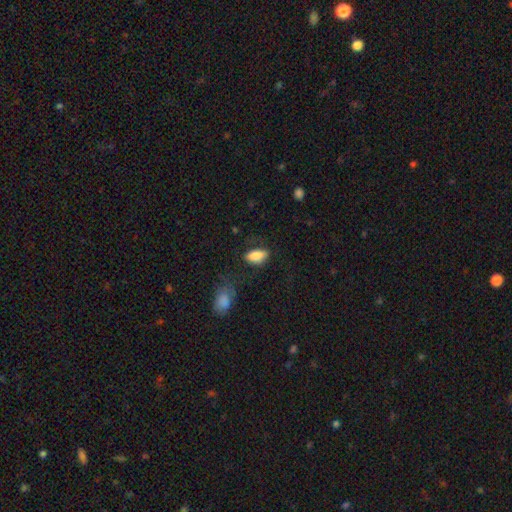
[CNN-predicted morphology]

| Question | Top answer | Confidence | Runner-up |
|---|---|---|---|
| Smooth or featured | smooth | 85% | star or artifact (7%) |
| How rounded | in between | 89% | cigar-shaped (7%) |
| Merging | none | 71% | minor disturbance (19%) |